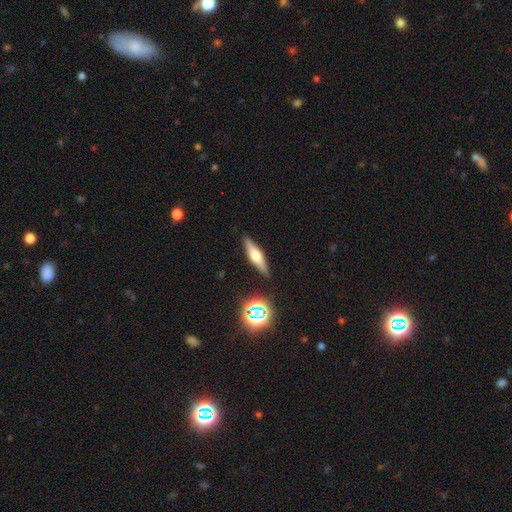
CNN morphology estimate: Q: Smooth or featured?
A: featured or disk (55%); runner-up: smooth (35%)
Q: Edge-on disk?
A: yes (95%); runner-up: no (5%)
Q: Edge-on bulge?
A: rounded (87%); runner-up: boxy (10%)
Q: Merging?
A: none (88%); runner-up: minor disturbance (8%)